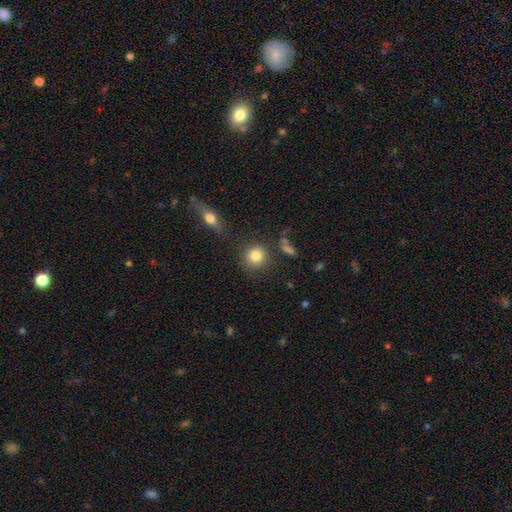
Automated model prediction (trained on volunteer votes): Smooth or featured? smooth (83%)
How rounded? round (89%)
Merging? none (81%)